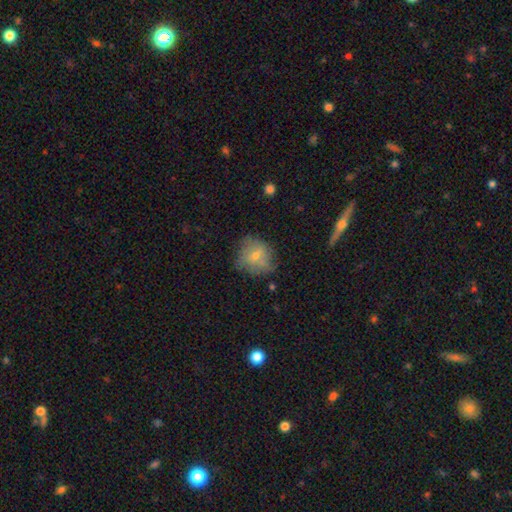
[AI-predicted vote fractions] smooth 56%, featured or disk 33%, star or artifact 11%. Down the decision tree: how rounded — round (76%); merging — none (63%).